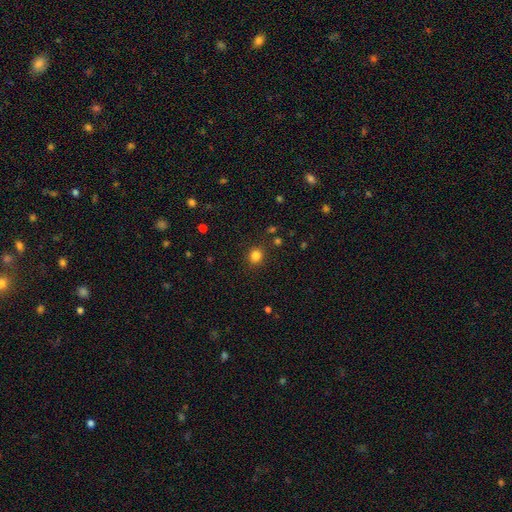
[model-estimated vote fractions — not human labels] This is clearly a smooth galaxy (83%). How rounded: clearly round (84%). Merging: clearly none (88%).